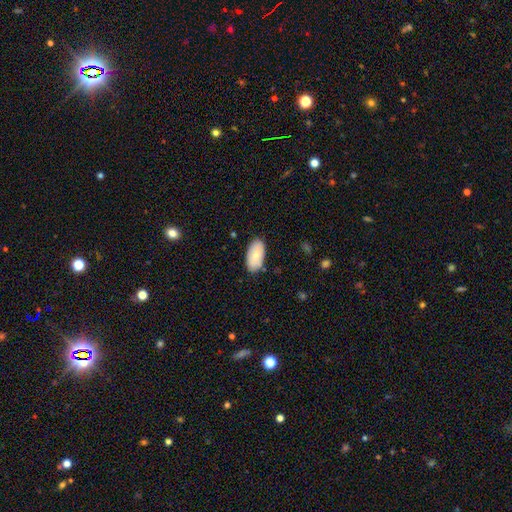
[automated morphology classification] type=smooth (71%); roundness=in between (95%); merging=none (82%).